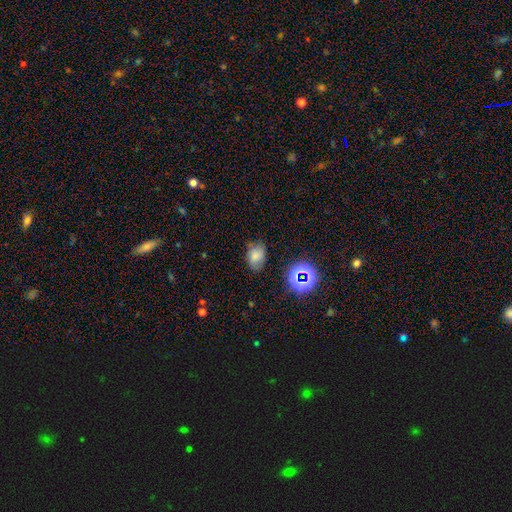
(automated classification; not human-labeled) smooth 70%, star or artifact 17%, featured or disk 13%. Down the decision tree: how rounded — in between (72%); merging — none (70%).